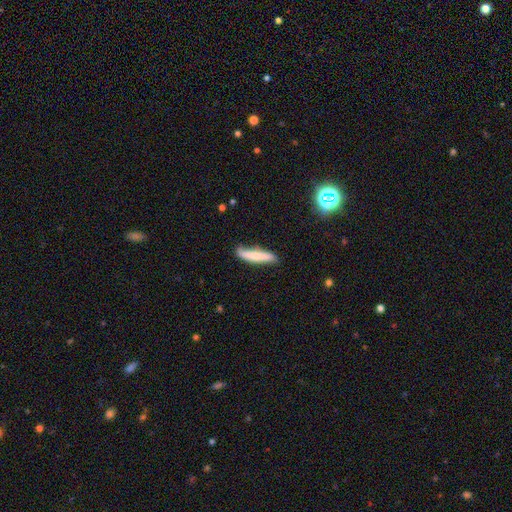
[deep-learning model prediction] Smooth or featured: smooth — 69% (featured or disk — 25%)
How rounded: cigar-shaped — 86% (in between — 12%)
Merging: none — 72% (minor disturbance — 22%)